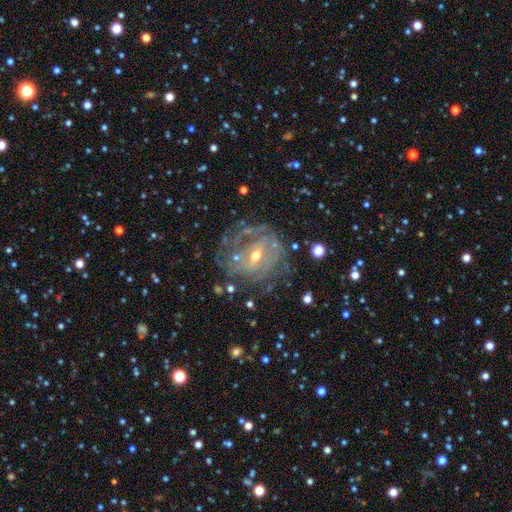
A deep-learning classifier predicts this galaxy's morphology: featured or disk 82%, smooth 10%, star or artifact 8%. Down the decision tree: edge-on disk — no (96%); bar — weak (45%); spiral arms — yes (83%); spiral arm count — can't tell (46%); spiral winding — tight (57%); bulge size — moderate (50%); merging — none (58%).